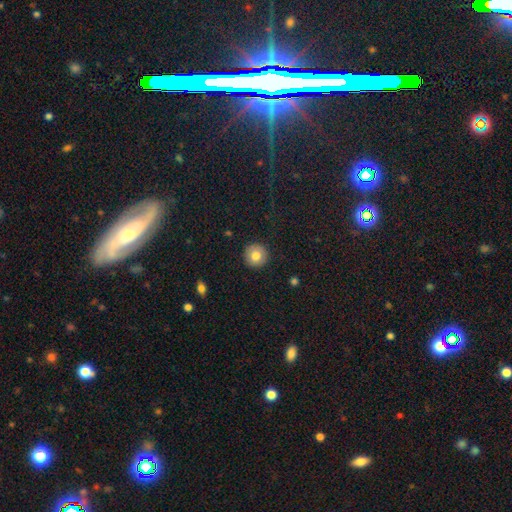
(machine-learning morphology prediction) Overall: smooth (80%). How rounded: round (95%). Merging: none (92%).